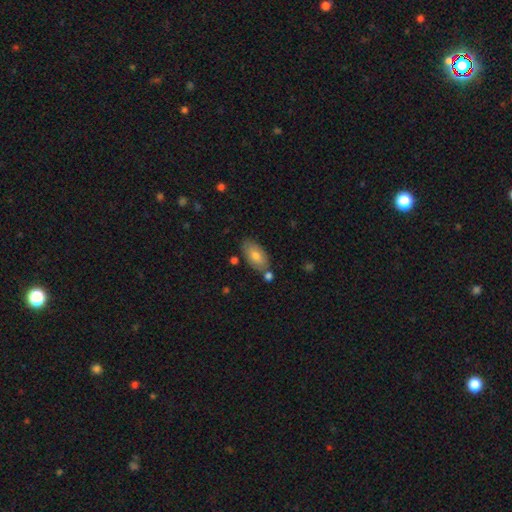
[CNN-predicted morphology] Smooth or featured: smooth — 75% (featured or disk — 19%)
How rounded: in between — 93% (cigar-shaped — 4%)
Merging: none — 75% (minor disturbance — 14%)